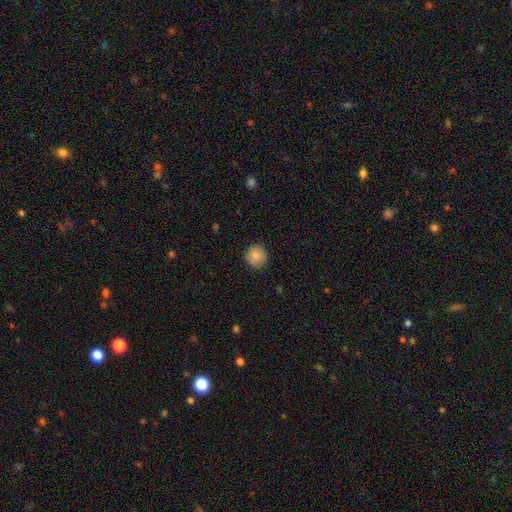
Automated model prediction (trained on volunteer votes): The model was most divided on "merging": none: 88%, minor disturbance: 9%, major disturbance: 2%, merger: 1%. More confident: how rounded — round (91%); smooth or featured — smooth (86%).